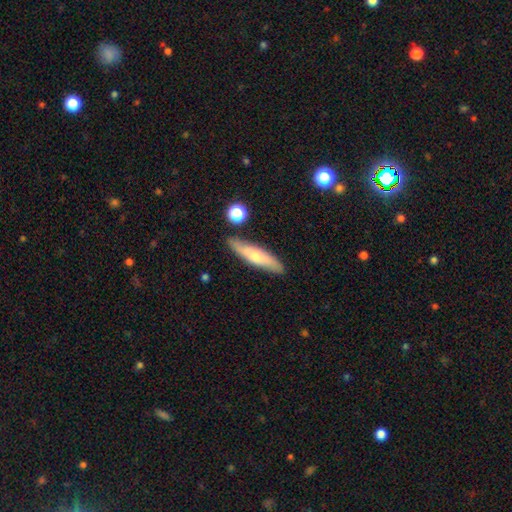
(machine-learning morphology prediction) This is possibly a smooth galaxy (59%). How rounded: likely cigar-shaped (79%). Merging: clearly none (82%).